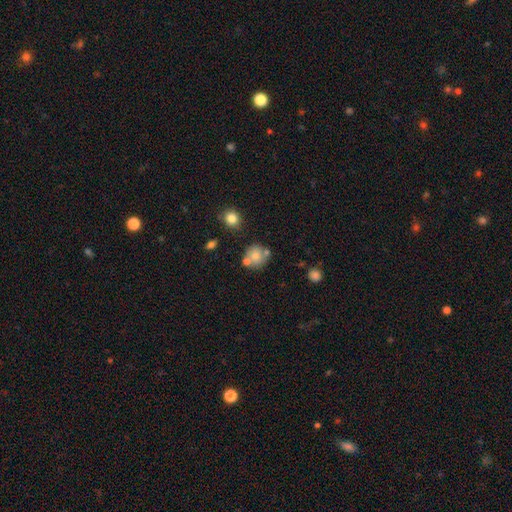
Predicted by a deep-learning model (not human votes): Overall: smooth (72%). How rounded: round (84%). Merging: none (61%; merger 21%).